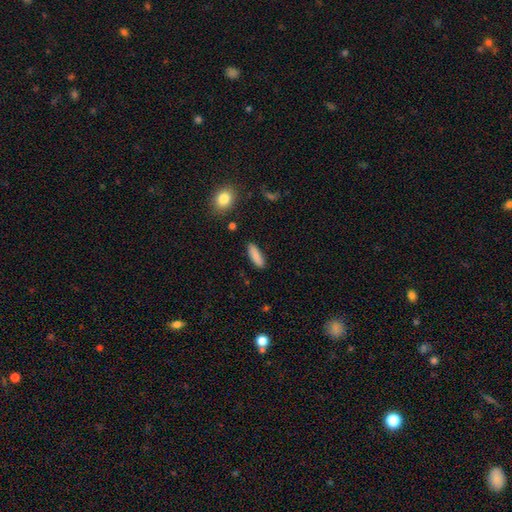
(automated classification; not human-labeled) Smooth or featured? Predicted: smooth (p=0.87). How rounded? Predicted: in between (p=0.51). Merging? Predicted: none (p=0.87).